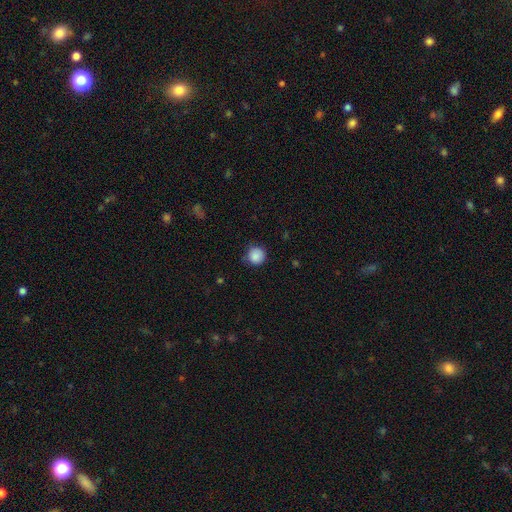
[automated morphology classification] Smooth or featured?
  - smooth: 87% *
  - star or artifact: 9%
  - featured or disk: 4%
How rounded?
  - round: 94% *
  - in between: 5%
  - cigar-shaped: 1%
Merging?
  - none: 80% *
  - minor disturbance: 16%
  - major disturbance: 3%
  - merger: 1%